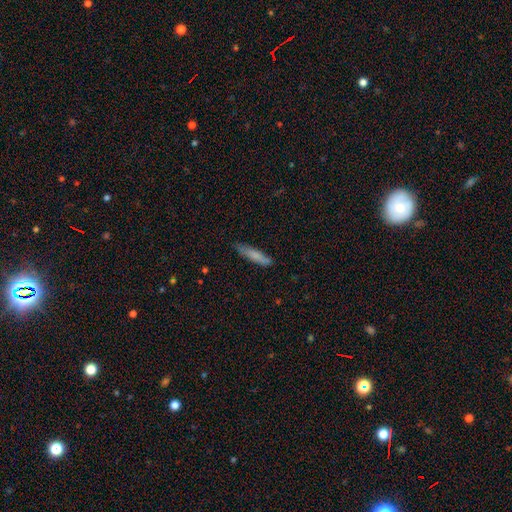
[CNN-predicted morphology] The model was most divided on "smooth or featured": smooth: 77%, featured or disk: 17%, star or artifact: 6%. More confident: how rounded — cigar-shaped (84%); merging — none (79%).